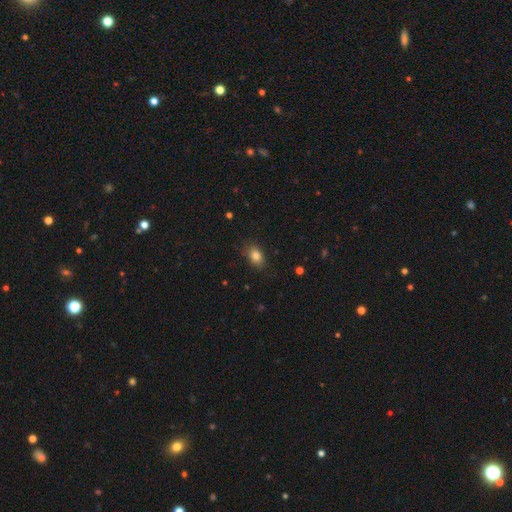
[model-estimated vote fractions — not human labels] This appears to be a smooth galaxy with no disk features (83%) that is in between round and cigar-shaped (81%). Merging: none (82%).